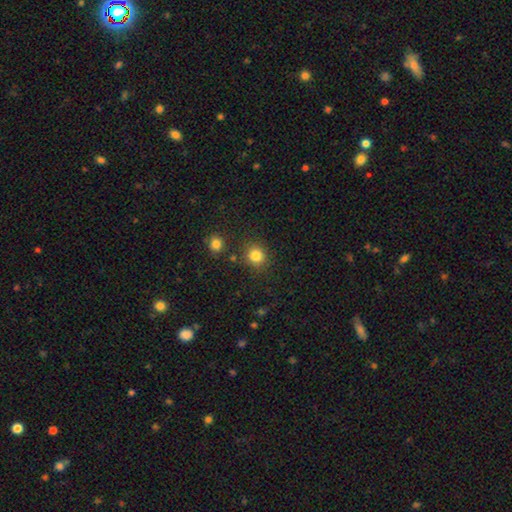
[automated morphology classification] Q: Smooth or featured?
A: smooth (83%); runner-up: star or artifact (12%)
Q: How rounded?
A: round (85%); runner-up: in between (14%)
Q: Merging?
A: none (83%); runner-up: minor disturbance (8%)